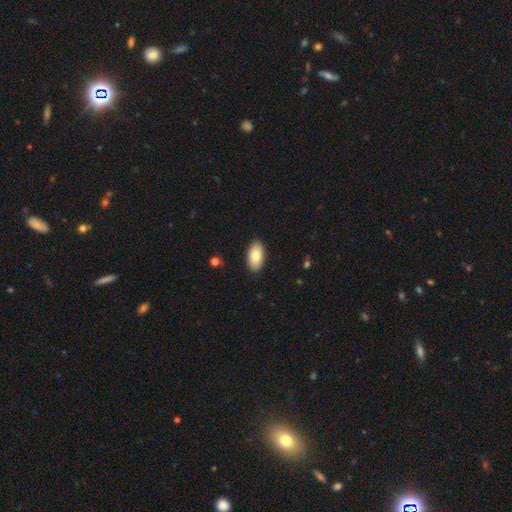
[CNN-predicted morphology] Smooth or featured: smooth — 79% (featured or disk — 14%)
How rounded: in between — 94% (round — 3%)
Merging: none — 90% (minor disturbance — 8%)